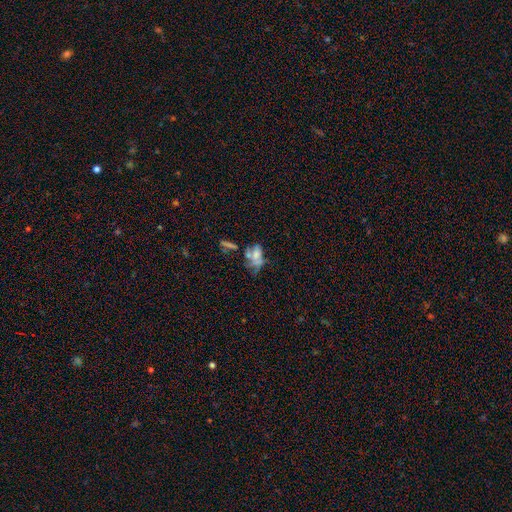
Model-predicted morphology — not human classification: A smooth galaxy with no disk features (50%) that is in between round and cigar-shaped (78%). Merging: merger (32%).